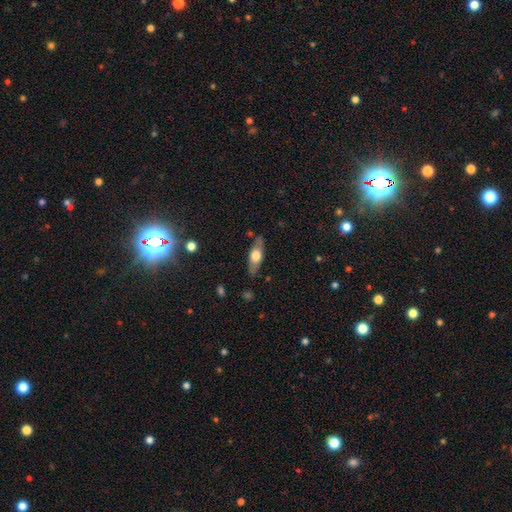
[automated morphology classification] smooth-or-featured: smooth: 49% | featured or disk: 45% | star or artifact: 6%
  merging: none: 83% | minor disturbance: 13% | major disturbance: 3% | merger: 2%